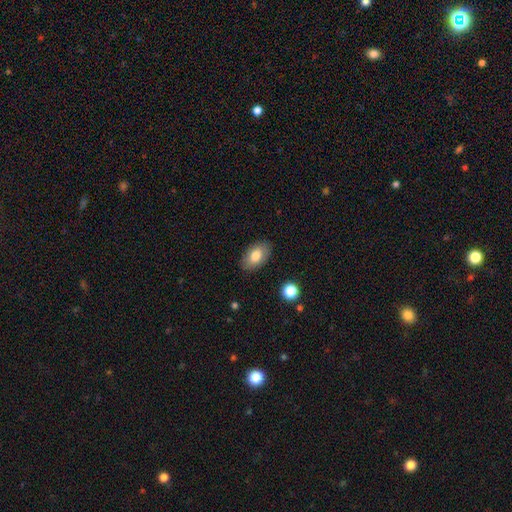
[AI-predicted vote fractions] Smooth or featured? smooth (79%)
How rounded? in between (92%)
Merging? none (86%)